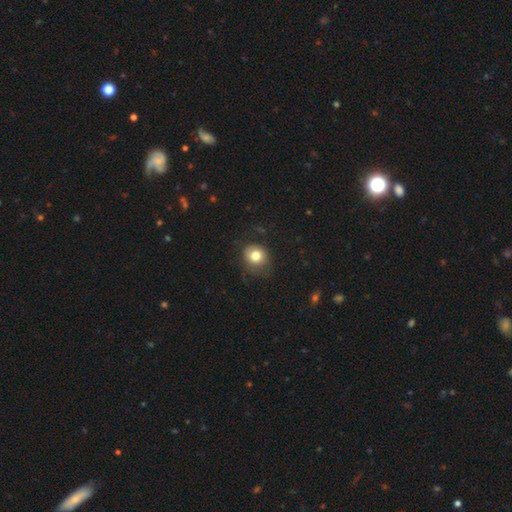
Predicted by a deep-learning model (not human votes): This is likely a smooth galaxy (79%). How rounded: likely round (76%). Merging: likely none (67%).